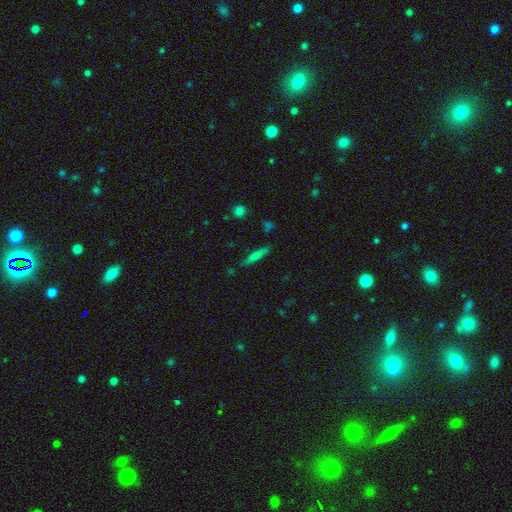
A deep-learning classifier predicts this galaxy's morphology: This is likely a smooth galaxy (64%). How rounded: clearly cigar-shaped (89%). Merging: clearly none (83%).